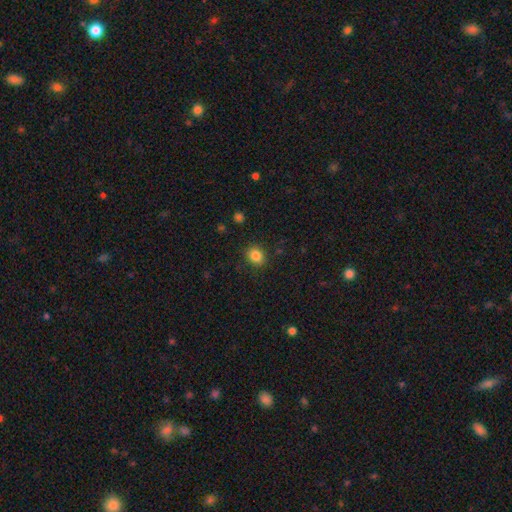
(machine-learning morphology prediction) A smooth galaxy with no disk features (85%) that is round (58%).

Vote fractions:
- Smooth or featured? smooth: 85% / star or artifact: 11% / featured or disk: 5%
- How rounded? round: 58% / in between: 41% / cigar-shaped: 1%
- Merging? none: 87% / minor disturbance: 9% / major disturbance: 3% / merger: 1%